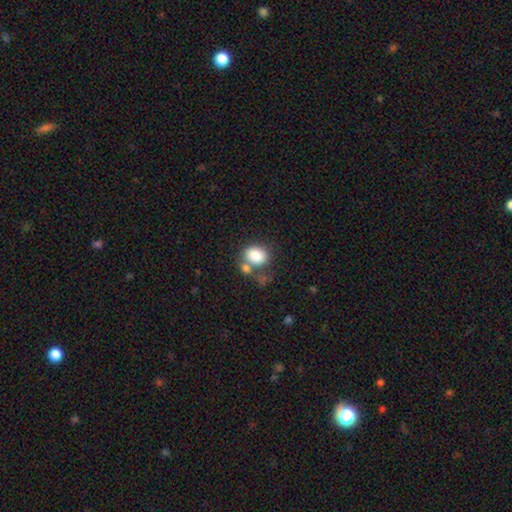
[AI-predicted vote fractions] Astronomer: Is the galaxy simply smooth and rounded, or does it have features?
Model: smooth — 84%.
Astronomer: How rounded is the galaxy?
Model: in between — 56% (runner-up: round, 43%).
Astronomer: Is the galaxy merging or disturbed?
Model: none — 50% (runner-up: merger, 27%).